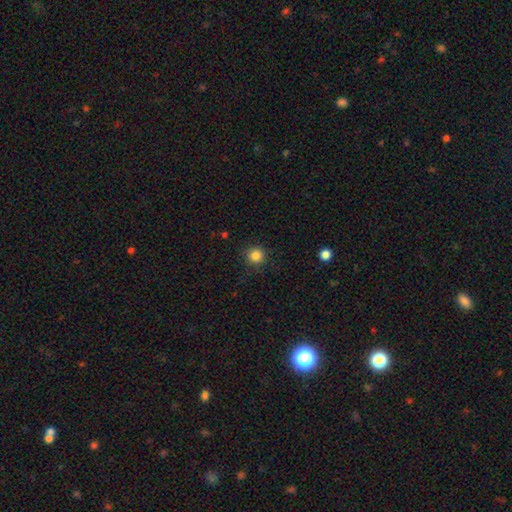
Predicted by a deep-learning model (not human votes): A smooth galaxy with no disk features (84%) that is round (94%).

Vote fractions:
- Smooth or featured? smooth: 84% / star or artifact: 12% / featured or disk: 4%
- How rounded? round: 94% / in between: 5% / cigar-shaped: 1%
- Merging? none: 90% / minor disturbance: 7% / major disturbance: 2% / merger: 1%